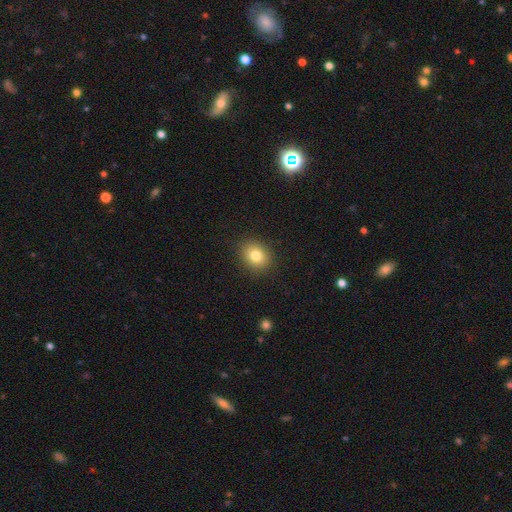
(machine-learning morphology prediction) The model was most divided on "how rounded": round: 61%, in between: 38%, cigar-shaped: 1%. More confident: merging — none (90%); smooth or featured — smooth (81%).